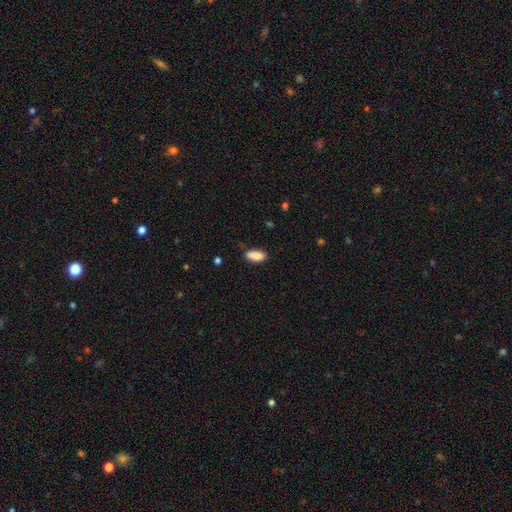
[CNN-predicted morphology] The model was most divided on "merging": none: 76%, minor disturbance: 19%, major disturbance: 3%, merger: 2%. More confident: smooth or featured — smooth (88%); how rounded — in between (85%).